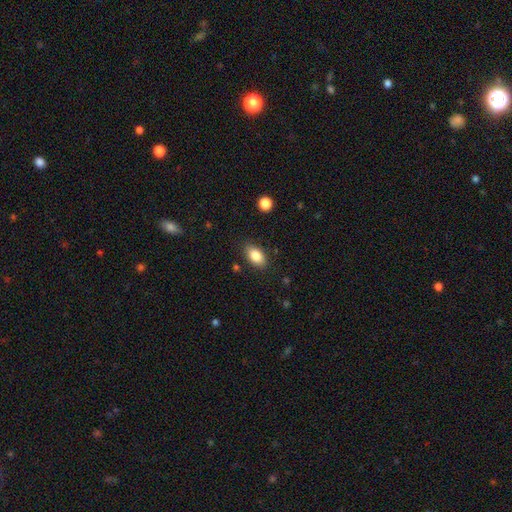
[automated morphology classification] A smooth galaxy with no disk features (85%) that is in between round and cigar-shaped (91%). Merging: none (85%).